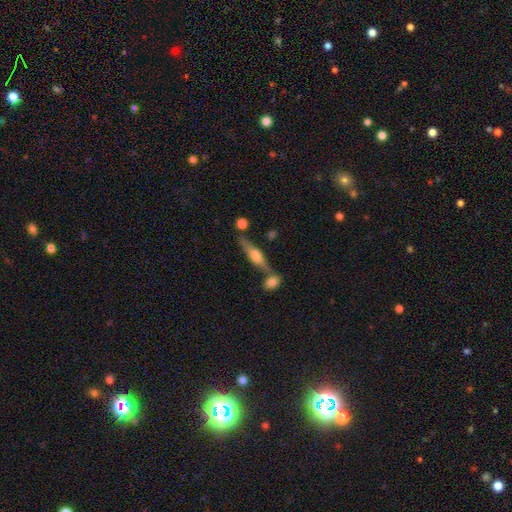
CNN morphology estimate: Smooth or featured: featured or disk — 60% (smooth — 33%)
Edge-on disk: yes — 94% (no — 6%)
Edge-on bulge: rounded — 84% (boxy — 12%)
Merging: none — 66% (merger — 17%)